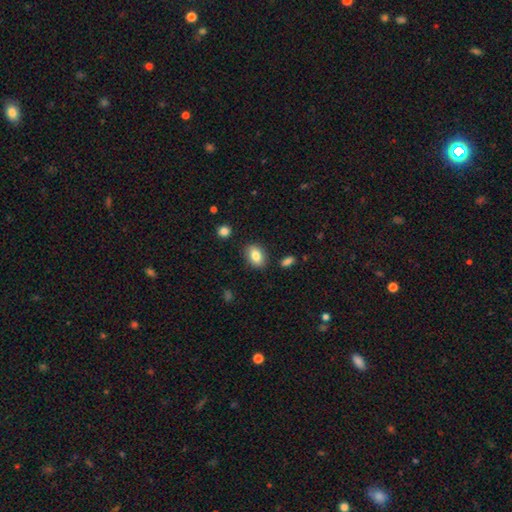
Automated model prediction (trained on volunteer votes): Smooth or featured?
  - smooth: 82% *
  - featured or disk: 10%
  - star or artifact: 8%
How rounded?
  - in between: 82% *
  - round: 16%
  - cigar-shaped: 2%
Merging?
  - none: 86% *
  - minor disturbance: 10%
  - merger: 2%
  - major disturbance: 2%